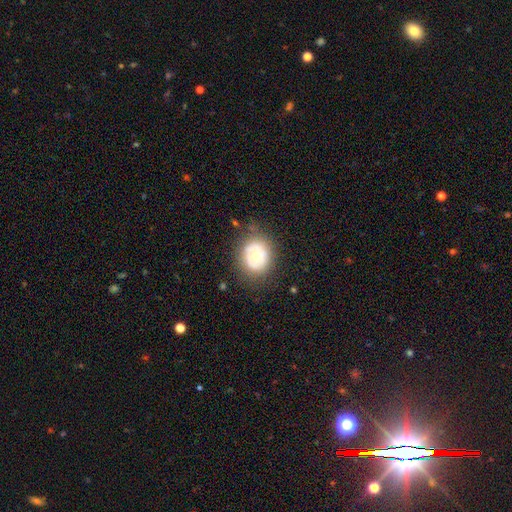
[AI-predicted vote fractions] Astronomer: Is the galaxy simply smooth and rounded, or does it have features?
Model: smooth — 48% (runner-up: featured or disk, 44%).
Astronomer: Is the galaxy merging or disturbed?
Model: none — 70%.